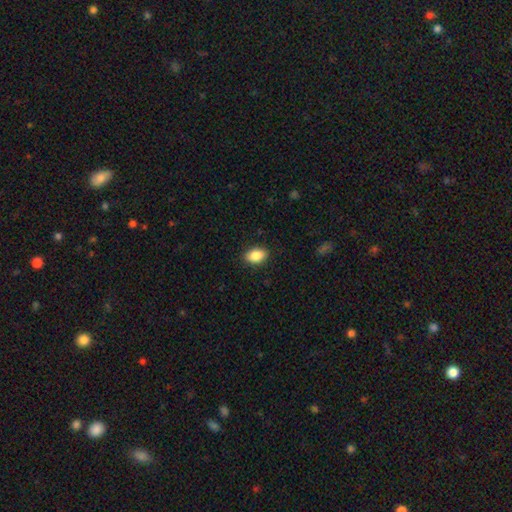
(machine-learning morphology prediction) This appears to be a smooth galaxy with no disk features (86%) that is in between round and cigar-shaped (88%). Merging: none (89%).